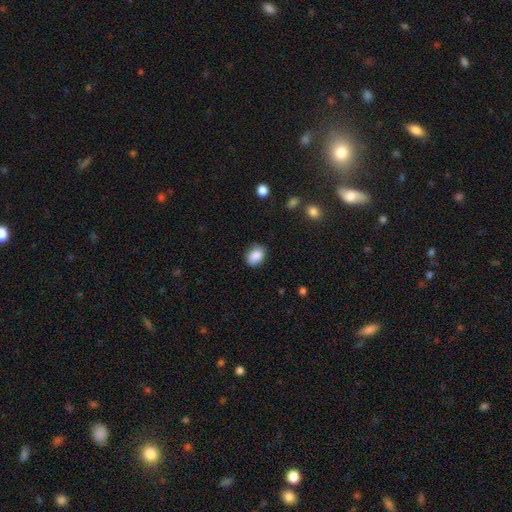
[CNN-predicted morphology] Smooth or featured?
  - smooth: 87% *
  - star or artifact: 8%
  - featured or disk: 5%
How rounded?
  - in between: 72% *
  - round: 27%
  - cigar-shaped: 1%
Merging?
  - none: 78% *
  - minor disturbance: 17%
  - major disturbance: 3%
  - merger: 1%